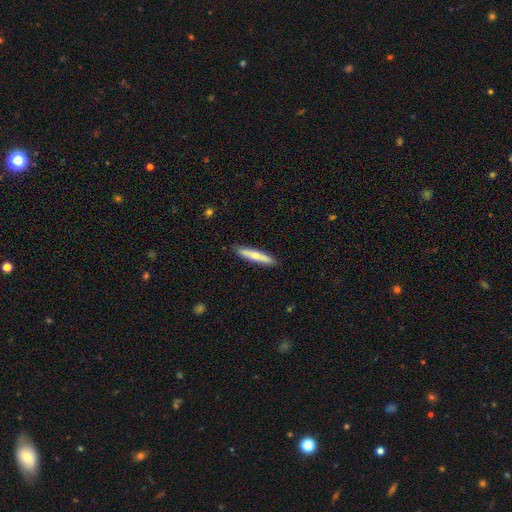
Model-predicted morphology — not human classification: Overall: smooth (63%; featured or disk 32%). How rounded: cigar-shaped (89%). Merging: none (89%).